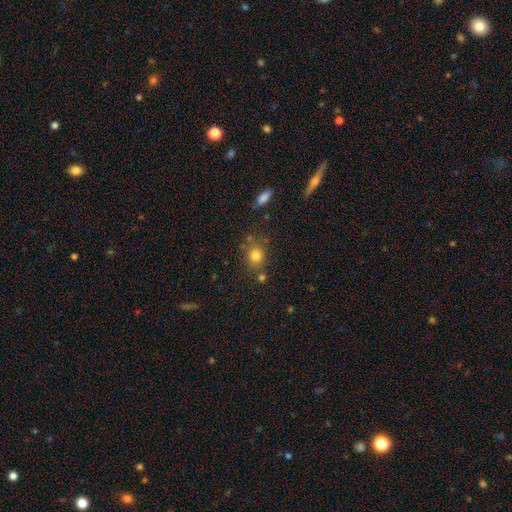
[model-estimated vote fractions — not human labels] A smooth galaxy with no disk features (79%) that is round (72%). Merging: none (71%).